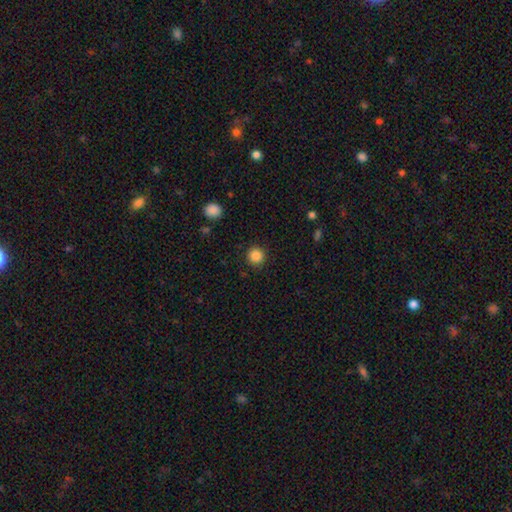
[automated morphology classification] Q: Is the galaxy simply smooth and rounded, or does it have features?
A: smooth — 86%.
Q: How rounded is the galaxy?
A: round — 94%.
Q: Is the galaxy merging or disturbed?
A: none — 91%.